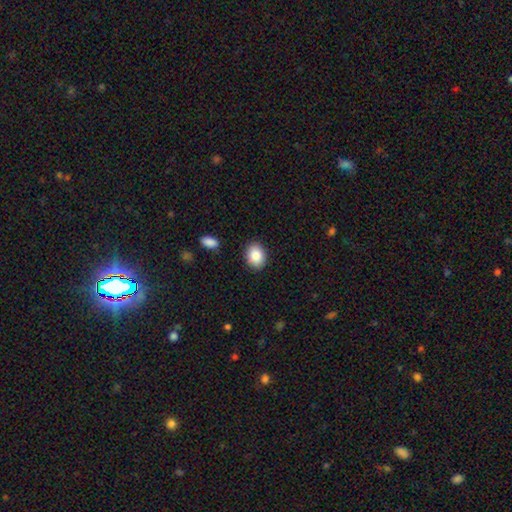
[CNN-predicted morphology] This appears to be a smooth galaxy with no disk features (86%) that is in between round and cigar-shaped (61%). Merging: none (87%).